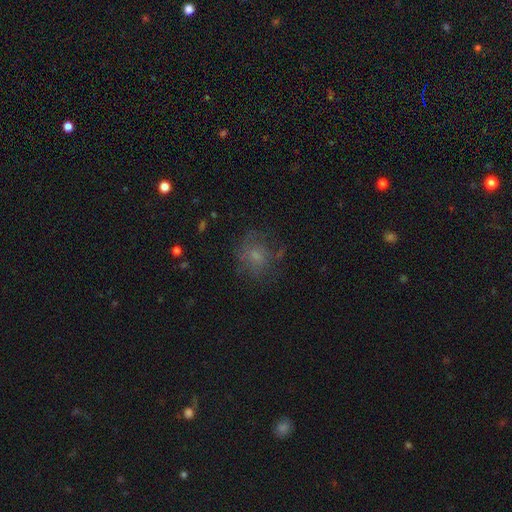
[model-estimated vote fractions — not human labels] Smooth or featured?
  - smooth: 52% *
  - featured or disk: 31%
  - star or artifact: 17%
How rounded?
  - round: 69% *
  - in between: 30%
  - cigar-shaped: 1%
Merging?
  - none: 61% *
  - minor disturbance: 20%
  - major disturbance: 17%
  - merger: 2%